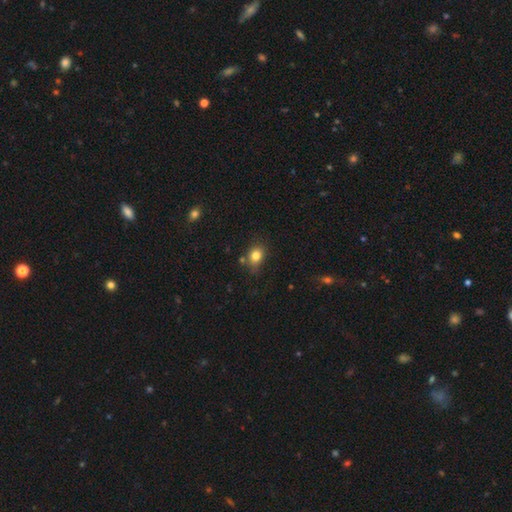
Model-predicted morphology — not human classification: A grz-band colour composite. It shows a smooth galaxy with no disk features (81%) that is in between round and cigar-shaped (50%). Merging: none (68%).